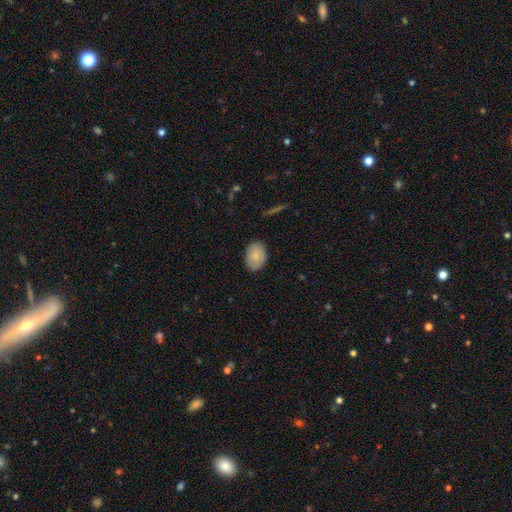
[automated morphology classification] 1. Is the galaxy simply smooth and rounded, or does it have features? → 83% smooth, 10% featured or disk, 7% star or artifact.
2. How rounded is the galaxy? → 83% in between, 16% round, 1% cigar-shaped.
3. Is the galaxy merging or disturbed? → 85% none, 12% minor disturbance, 2% major disturbance, 1% merger.